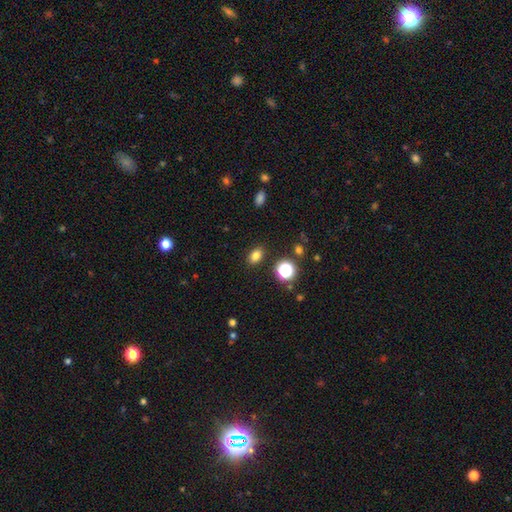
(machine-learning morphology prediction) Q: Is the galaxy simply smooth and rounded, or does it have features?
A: smooth — 78%.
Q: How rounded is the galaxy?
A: in between — 74%.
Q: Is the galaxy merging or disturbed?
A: none — 87%.